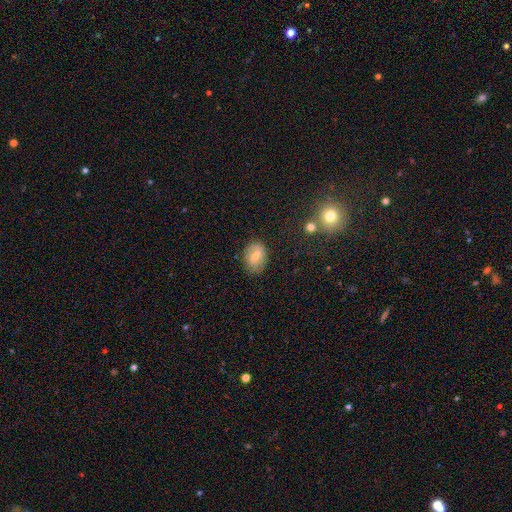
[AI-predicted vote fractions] smooth 60%, featured or disk 31%, star or artifact 9%. Down the decision tree: how rounded — in between (78%); merging — none (78%).